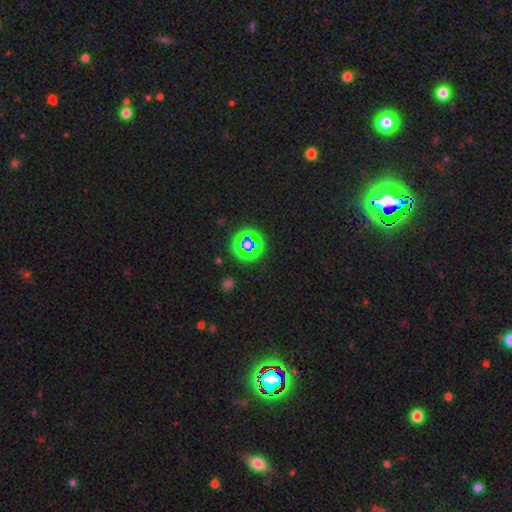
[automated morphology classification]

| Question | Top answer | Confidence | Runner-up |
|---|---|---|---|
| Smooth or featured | star or artifact | 75% | smooth (18%) |